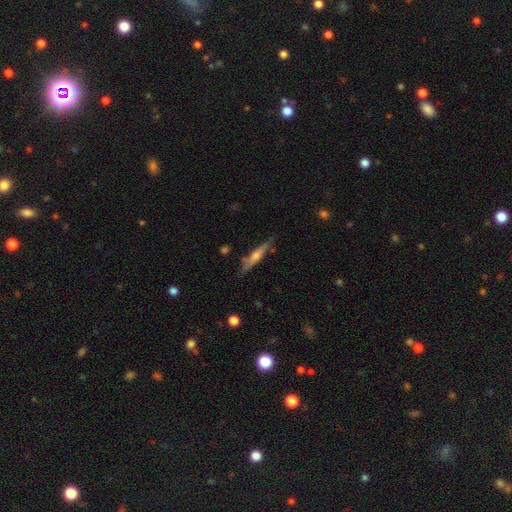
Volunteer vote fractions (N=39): Smooth or featured: featured or disk — 62% (smooth — 31%)
Edge-on disk: yes — 92% (no — 8%)
Edge-on bulge: rounded — 95% (none — 5%)
Merging: none — 67% (minor disturbance — 28%)